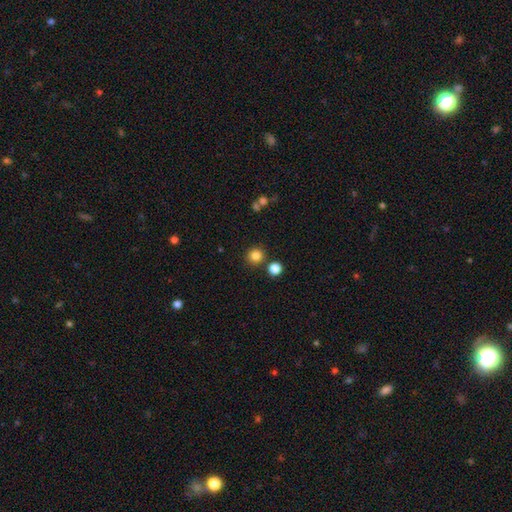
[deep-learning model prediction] A smooth galaxy with no disk features (82%) that is round (93%).

Vote fractions:
- Smooth or featured? smooth: 82% / star or artifact: 13% / featured or disk: 5%
- How rounded? round: 93% / in between: 6% / cigar-shaped: 1%
- Merging? none: 84% / merger: 7% / minor disturbance: 6% / major disturbance: 2%